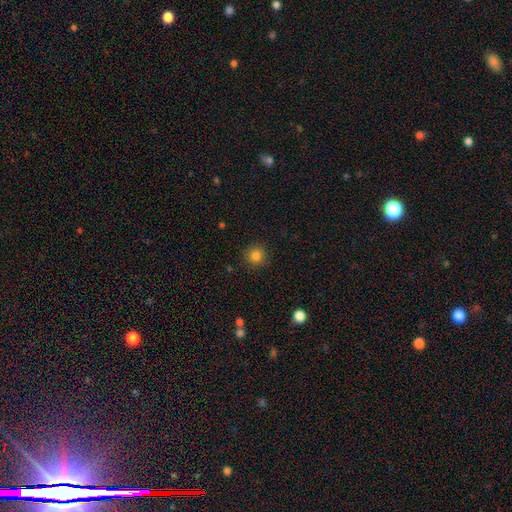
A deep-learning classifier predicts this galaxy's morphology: A smooth galaxy with no disk features (84%) that is round (93%).

Vote fractions:
- Smooth or featured? smooth: 84% / star or artifact: 12% / featured or disk: 5%
- How rounded? round: 93% / in between: 6% / cigar-shaped: 1%
- Merging? none: 90% / minor disturbance: 7% / major disturbance: 2% / merger: 1%